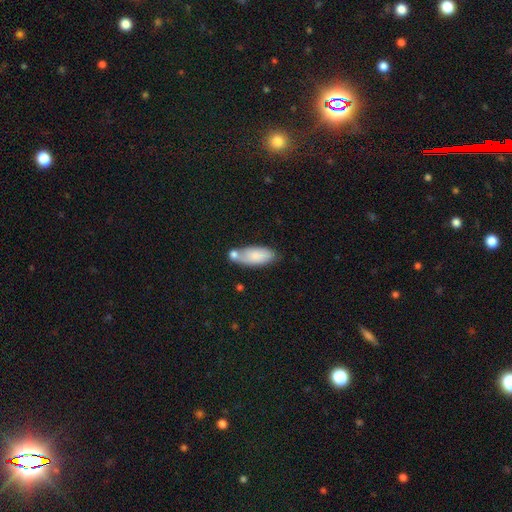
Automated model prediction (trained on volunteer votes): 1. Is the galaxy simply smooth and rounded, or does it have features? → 79% smooth, 14% featured or disk, 6% star or artifact.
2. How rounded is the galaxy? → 83% in between, 15% cigar-shaped, 2% round.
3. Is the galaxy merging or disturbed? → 50% none, 26% merger, 19% minor disturbance, 5% major disturbance.